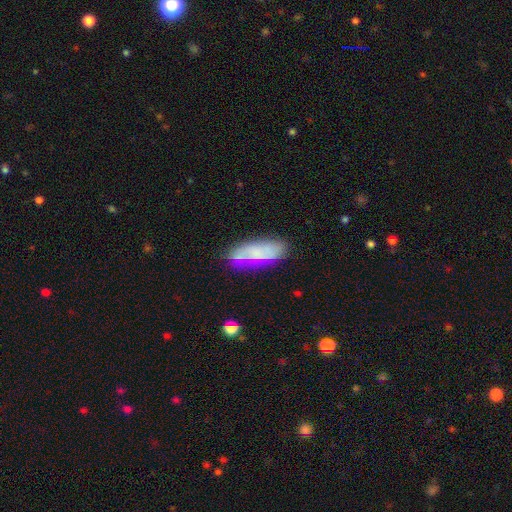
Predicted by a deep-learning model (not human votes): A smooth galaxy with no disk features (54%) that is in between round and cigar-shaped (57%).

Vote fractions:
- Smooth or featured? smooth: 54% / featured or disk: 35% / star or artifact: 10%
- How rounded? in between: 57% / cigar-shaped: 40% / round: 3%
- Merging? none: 71% / minor disturbance: 18% / major disturbance: 6% / merger: 5%